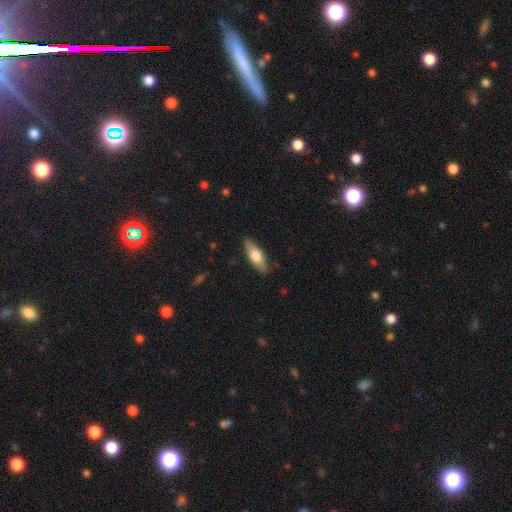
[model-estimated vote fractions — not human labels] Smooth or featured? Predicted: smooth (p=0.63). How rounded? Predicted: in between (p=0.60). Merging? Predicted: none (p=0.86).